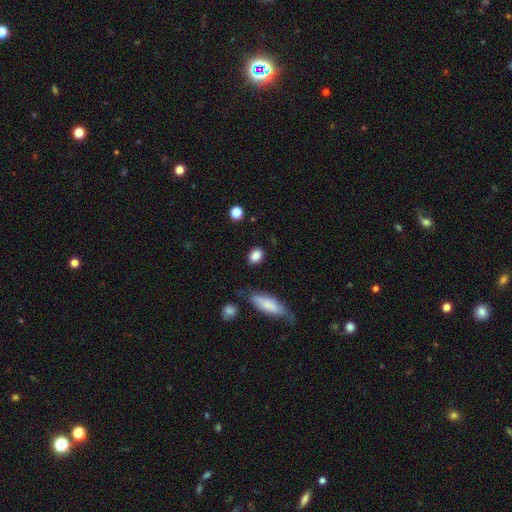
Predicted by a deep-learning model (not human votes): The model was most divided on "how rounded": in between: 65%, round: 31%, cigar-shaped: 4%. More confident: smooth or featured — smooth (86%); merging — none (83%).